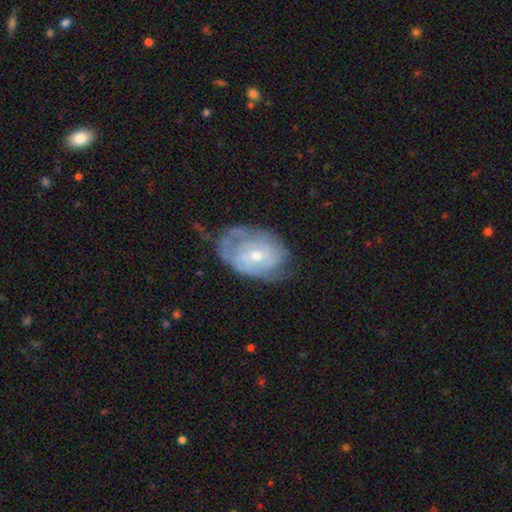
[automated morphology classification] Smooth or featured? featured or disk (71%)
Edge-on disk? no (96%)
Bar? no (63%)
Spiral arms? yes (77%)
Spiral winding? tight (56%)
Spiral arm count? can't tell (48%)
Bulge size? small (52%)
Merging? none (50%)